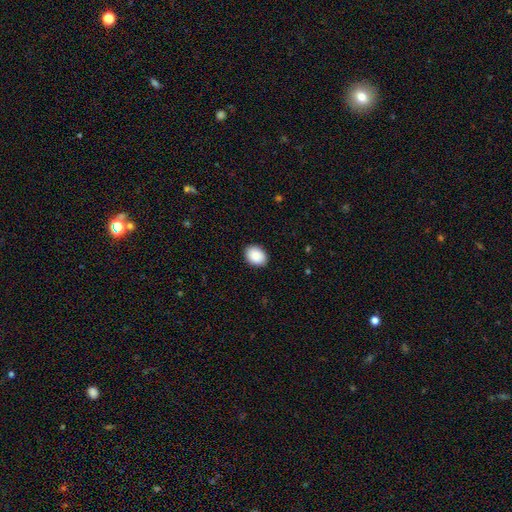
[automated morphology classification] Smooth or featured?
  - smooth: 90% *
  - star or artifact: 7%
  - featured or disk: 4%
How rounded?
  - in between: 68% *
  - round: 31%
  - cigar-shaped: 1%
Merging?
  - none: 90% *
  - minor disturbance: 8%
  - major disturbance: 2%
  - merger: 1%